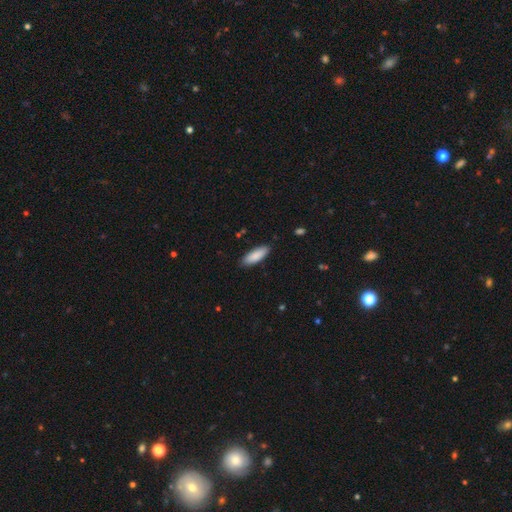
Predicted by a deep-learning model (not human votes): Smooth or featured? smooth (88%)
How rounded? in between (63%)
Merging? none (88%)